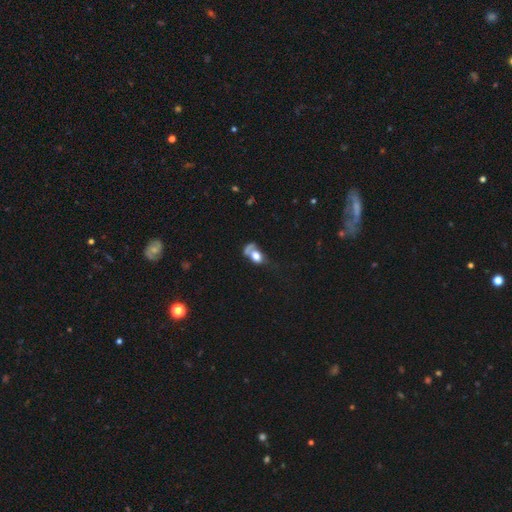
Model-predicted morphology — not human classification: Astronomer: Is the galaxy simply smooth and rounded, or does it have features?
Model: smooth — 62%.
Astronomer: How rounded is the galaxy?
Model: in between — 74%.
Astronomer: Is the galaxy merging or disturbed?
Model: merger — 34% (runner-up: major disturbance, 28%).